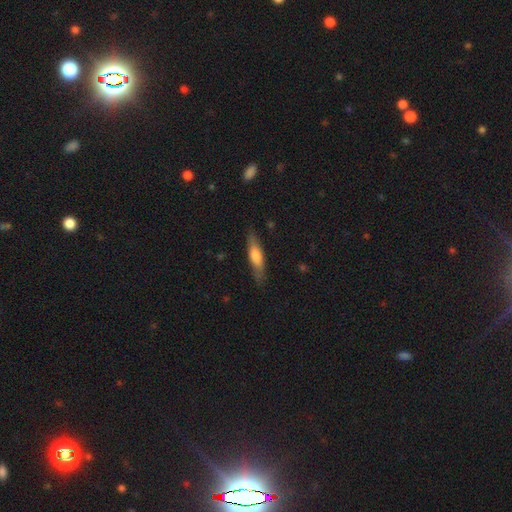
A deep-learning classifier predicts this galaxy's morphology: smooth-or-featured: smooth: 63% | featured or disk: 32% | star or artifact: 5%
  how-rounded: cigar-shaped: 67% | in between: 31% | round: 2%
  merging: none: 82% | minor disturbance: 14% | major disturbance: 3% | merger: 1%